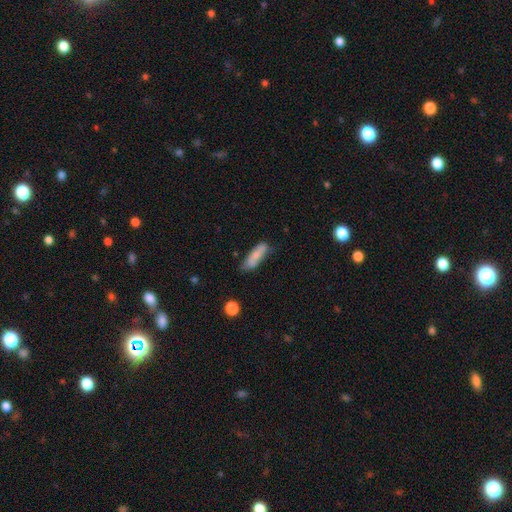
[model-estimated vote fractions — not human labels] The model was most divided on "how rounded": cigar-shaped: 53%, in between: 44%, round: 2%. More confident: smooth or featured — smooth (78%); merging — none (64%).